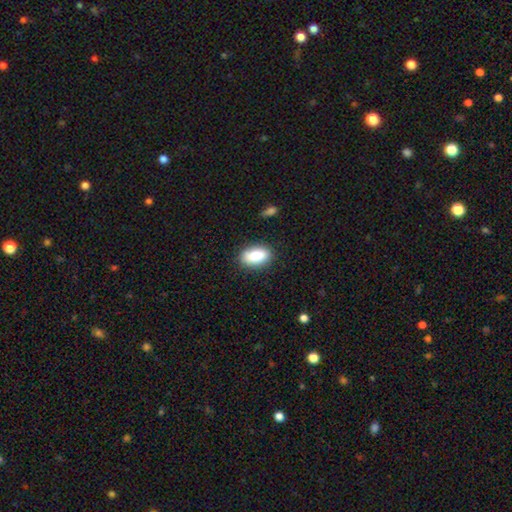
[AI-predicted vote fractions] A smooth galaxy with no disk features (83%) that is in between round and cigar-shaped (89%). Merging: none (84%).